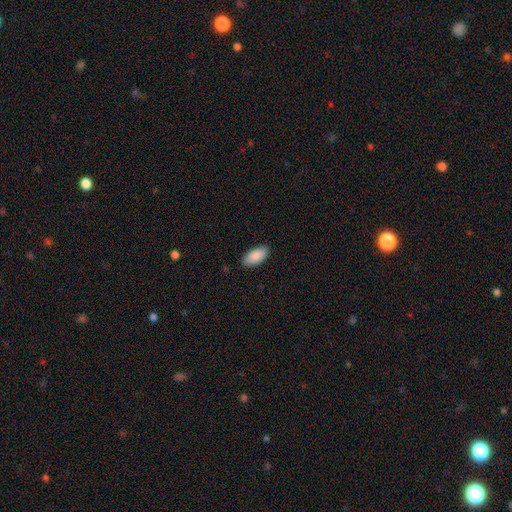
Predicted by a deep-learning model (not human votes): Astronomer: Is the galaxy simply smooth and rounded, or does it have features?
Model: smooth — 90%.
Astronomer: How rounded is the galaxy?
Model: in between — 94%.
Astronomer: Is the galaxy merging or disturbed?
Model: none — 87%.